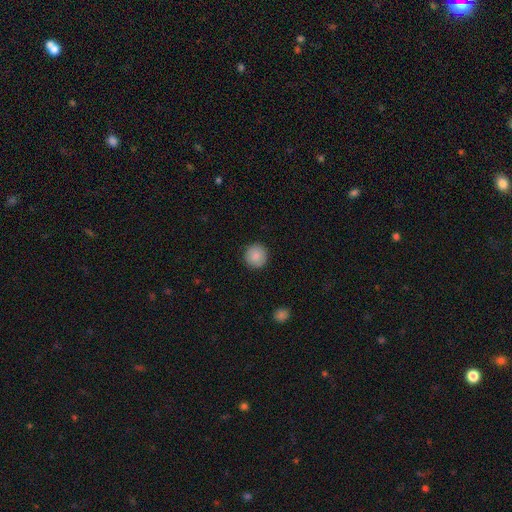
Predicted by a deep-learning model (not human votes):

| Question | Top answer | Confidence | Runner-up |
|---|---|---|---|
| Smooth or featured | smooth | 88% | star or artifact (7%) |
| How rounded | round | 95% | in between (4%) |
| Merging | none | 92% | minor disturbance (5%) |